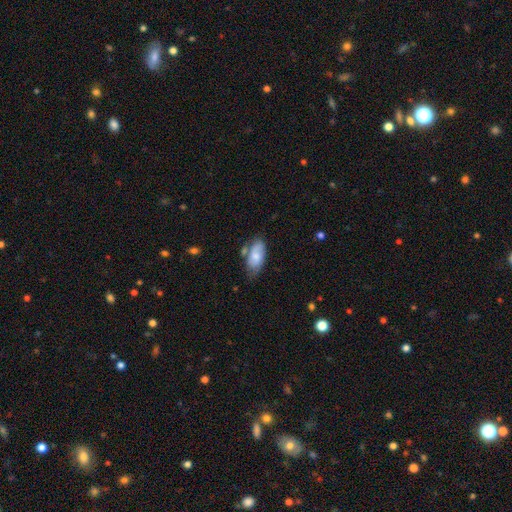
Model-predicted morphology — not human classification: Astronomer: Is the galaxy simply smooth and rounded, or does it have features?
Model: smooth — 65%.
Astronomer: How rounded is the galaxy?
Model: in between — 92%.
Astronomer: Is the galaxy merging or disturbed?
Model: none — 57%.